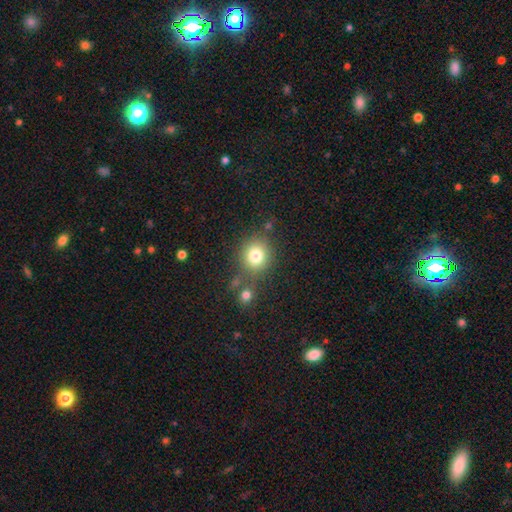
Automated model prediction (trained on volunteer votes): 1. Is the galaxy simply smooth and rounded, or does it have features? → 79% smooth, 12% star or artifact, 9% featured or disk.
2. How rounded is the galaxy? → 84% round, 15% in between, 1% cigar-shaped.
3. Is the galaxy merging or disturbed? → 71% none, 13% merger, 12% minor disturbance, 5% major disturbance.